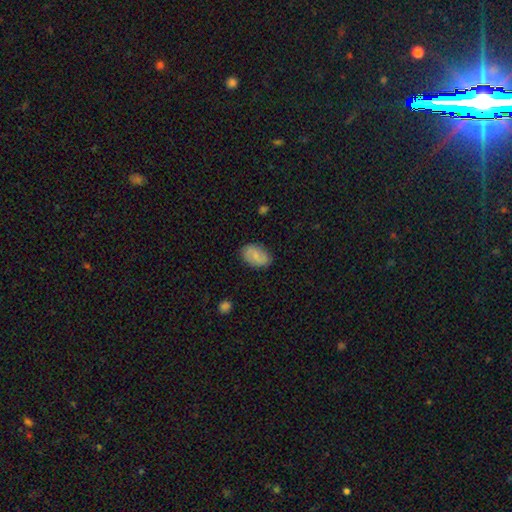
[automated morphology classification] type=smooth (61%); roundness=in between (87%); merging=none (82%).